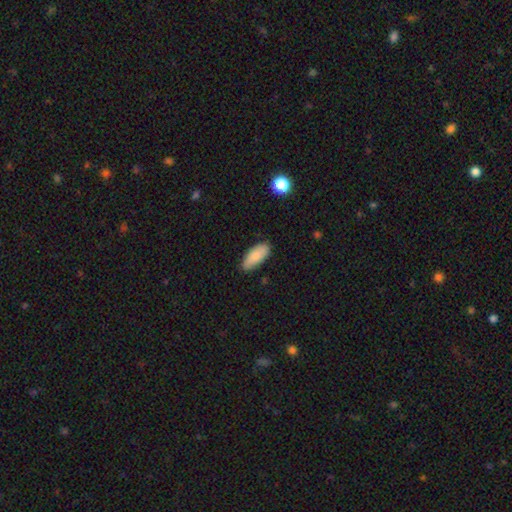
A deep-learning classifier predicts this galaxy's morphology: Smooth or featured?
  - smooth: 83% *
  - featured or disk: 11%
  - star or artifact: 6%
How rounded?
  - in between: 84% *
  - cigar-shaped: 14%
  - round: 2%
Merging?
  - none: 81% *
  - minor disturbance: 15%
  - major disturbance: 2%
  - merger: 1%